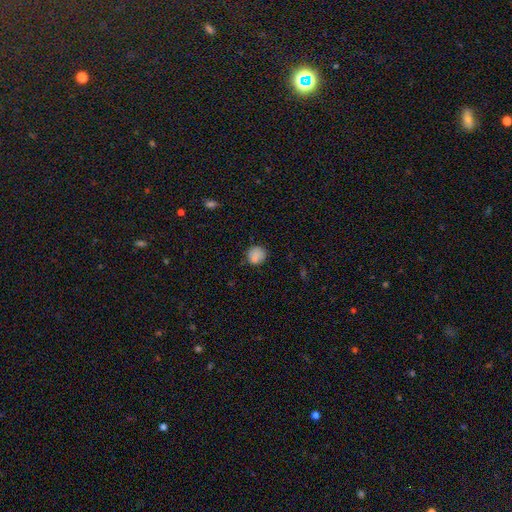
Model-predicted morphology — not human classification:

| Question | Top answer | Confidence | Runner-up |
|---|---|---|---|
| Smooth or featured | smooth | 86% | star or artifact (10%) |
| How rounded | round | 87% | in between (12%) |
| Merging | none | 82% | minor disturbance (13%) |